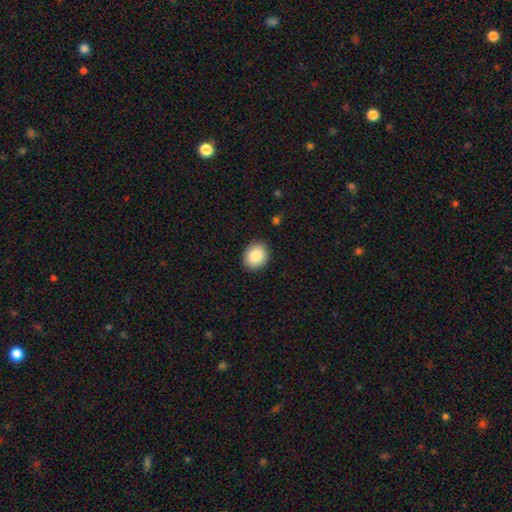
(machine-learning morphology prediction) Smooth or featured?
  - smooth: 88% *
  - star or artifact: 7%
  - featured or disk: 4%
How rounded?
  - round: 55% *
  - in between: 45%
  - cigar-shaped: 1%
Merging?
  - none: 89% *
  - minor disturbance: 8%
  - major disturbance: 2%
  - merger: 1%